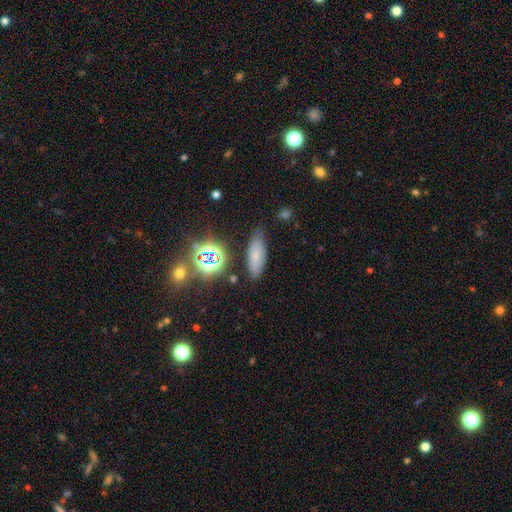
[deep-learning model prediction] This appears to be a smooth galaxy with no disk features (66%) that is in between round and cigar-shaped (65%). Merging: none (80%).